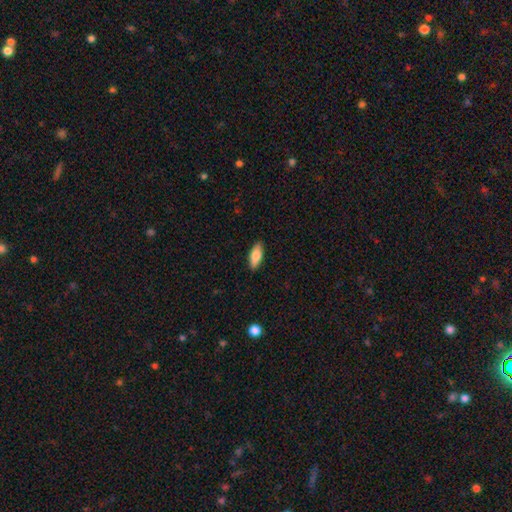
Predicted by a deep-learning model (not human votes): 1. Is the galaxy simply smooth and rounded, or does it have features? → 79% smooth, 15% featured or disk, 6% star or artifact.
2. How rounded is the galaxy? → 74% in between, 24% cigar-shaped, 2% round.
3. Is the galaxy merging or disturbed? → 89% none, 8% minor disturbance, 2% major disturbance, 1% merger.